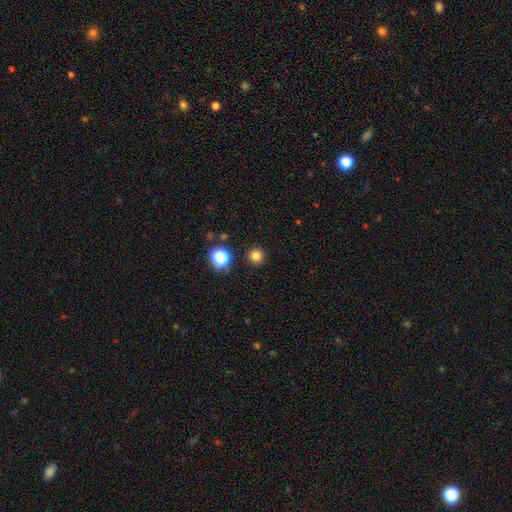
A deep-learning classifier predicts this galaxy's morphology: smooth-or-featured: smooth: 80% | star or artifact: 15% | featured or disk: 4%
  how-rounded: round: 96% | in between: 3% | cigar-shaped: 1%
  merging: none: 92% | minor disturbance: 5% | major disturbance: 2% | merger: 2%